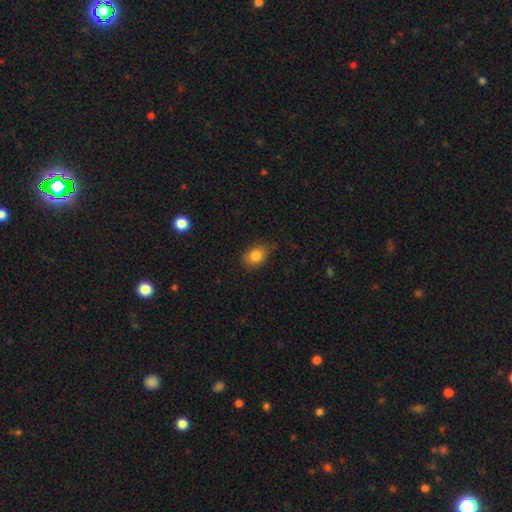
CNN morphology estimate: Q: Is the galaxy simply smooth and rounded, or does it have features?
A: smooth — 83%.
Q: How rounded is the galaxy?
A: in between — 67%.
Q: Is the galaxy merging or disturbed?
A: none — 77%.